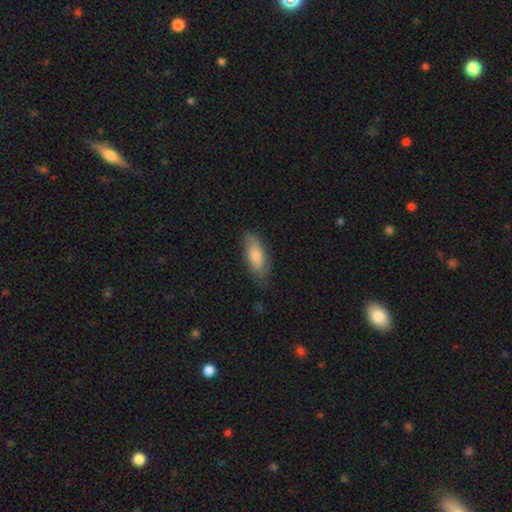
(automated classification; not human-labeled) Morphology: type=smooth (75%); roundness=in between (69%); merging=none (76%).